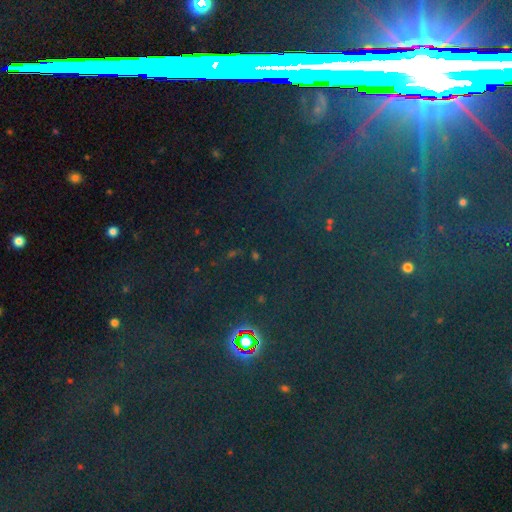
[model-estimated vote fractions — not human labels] Morphology: type=star or artifact (77%).